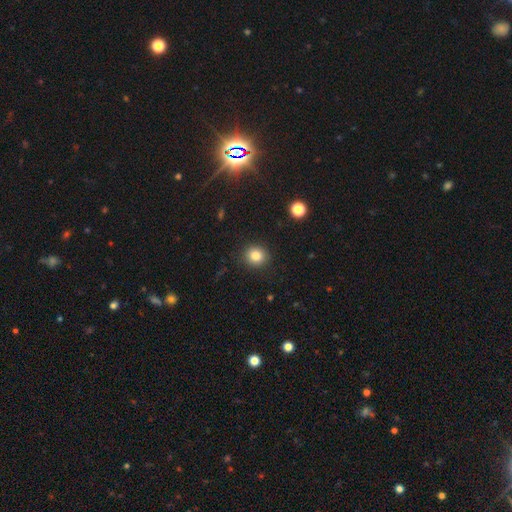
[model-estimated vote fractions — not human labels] Overall: smooth (83%). How rounded: round (86%). Merging: none (90%).